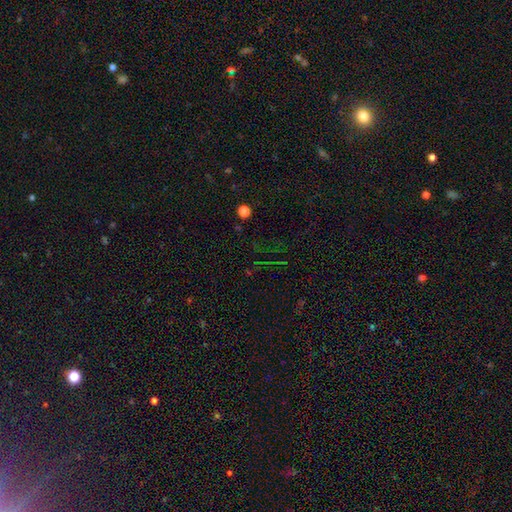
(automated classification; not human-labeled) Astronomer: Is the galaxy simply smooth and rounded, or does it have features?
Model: star or artifact — 69%.